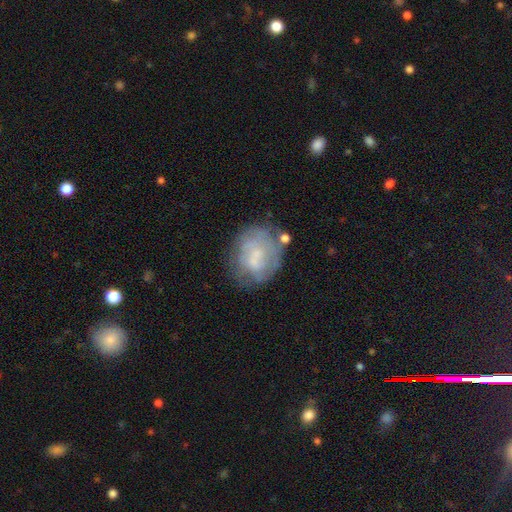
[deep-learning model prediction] Overall: featured or disk (53%; smooth 38%). Edge-on disk: no (97%). Bar: no (68%). Spiral arms: no (55%; yes 45%). Bulge size: small (48%; none 24%). Merging: none (54%; minor disturbance 24%).